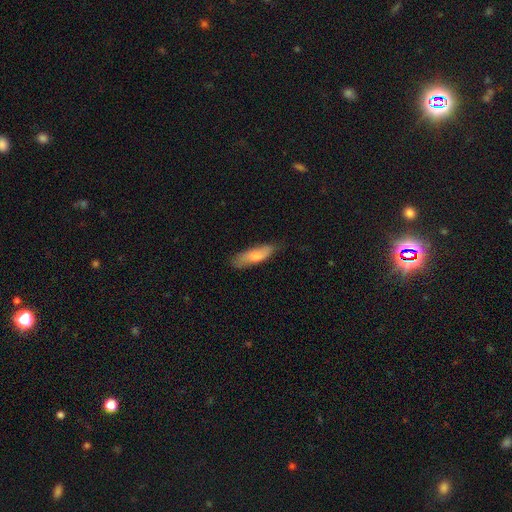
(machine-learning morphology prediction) A smooth galaxy with no disk features (74%) that is cigar-shaped (49%, tied with in between).

Vote fractions:
- Smooth or featured? smooth: 74% / featured or disk: 21% / star or artifact: 6%
- How rounded? cigar-shaped: 49% (tied) / in between: 49% (tied) / round: 2%
- Merging? none: 71% / minor disturbance: 23% / major disturbance: 5% / merger: 2%